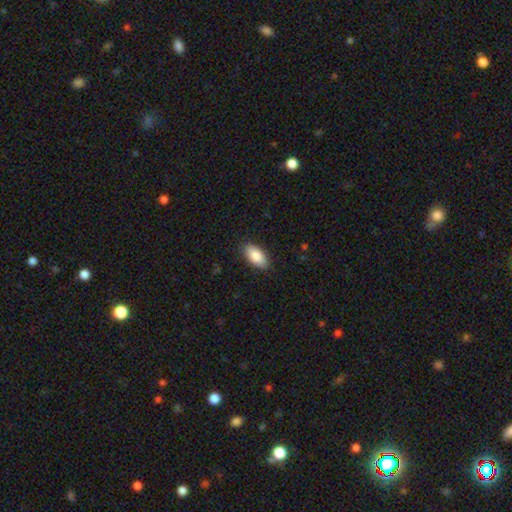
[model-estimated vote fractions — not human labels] smooth_or_featured: smooth (p=0.87) [alt: featured or disk p=0.07]
how_rounded: in between (p=0.94) [alt: cigar-shaped p=0.04]
merging: none (p=0.87) [alt: minor disturbance p=0.09]